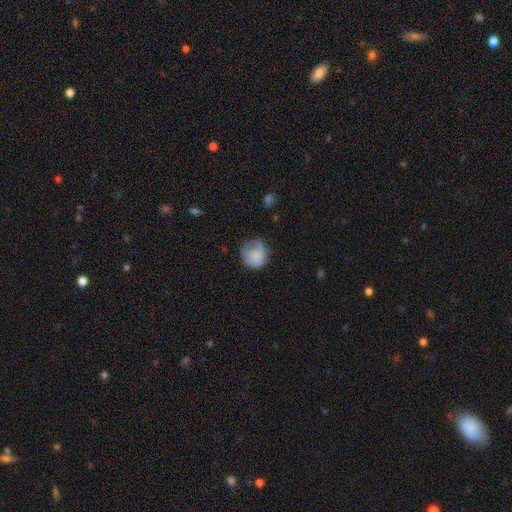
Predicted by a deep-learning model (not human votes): Smooth or featured? smooth (77%)
How rounded? round (84%)
Merging? none (55%)